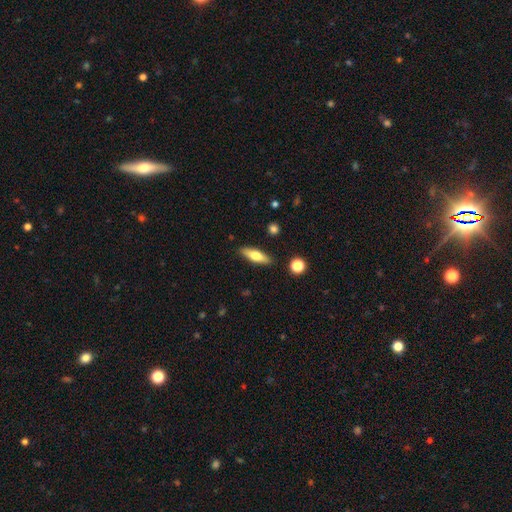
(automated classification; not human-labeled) smooth_or_featured: smooth (p=0.61) [alt: featured or disk p=0.32]
how_rounded: cigar-shaped (p=0.51) [alt: in between p=0.46]
merging: none (p=0.87) [alt: minor disturbance p=0.09]